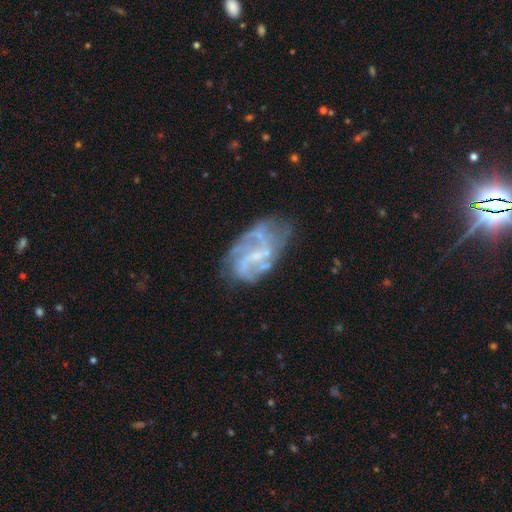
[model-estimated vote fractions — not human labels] Overall: featured or disk (79%). Edge-on disk: no (97%). Bar: weak (46%; no 36%). Spiral arms: yes (81%). Spiral arm count: 2 (39%; can't tell 29%). Spiral winding: medium (41%; loose 38%). Bulge size: small (49%; none 35%). Merging: none (50%; minor disturbance 24%).